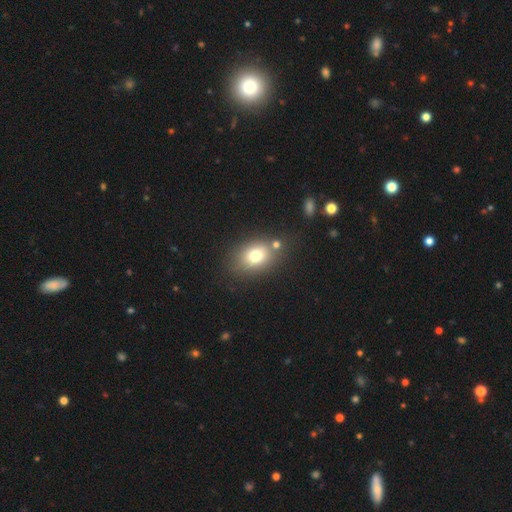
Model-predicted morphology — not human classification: A smooth galaxy with no disk features (75%) that is in between round and cigar-shaped (68%). Merging: none (67%).